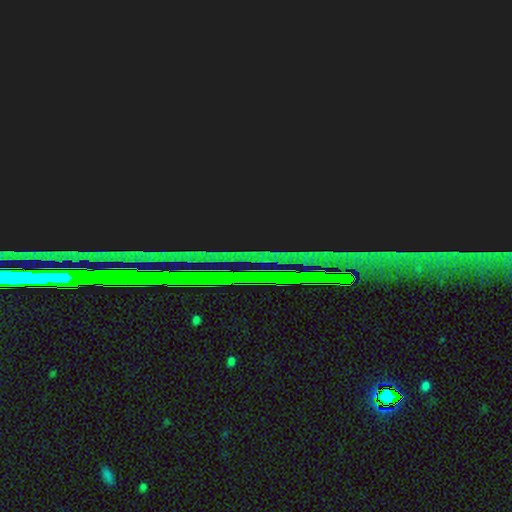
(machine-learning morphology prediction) A star or artifact, not a galaxy (82%).